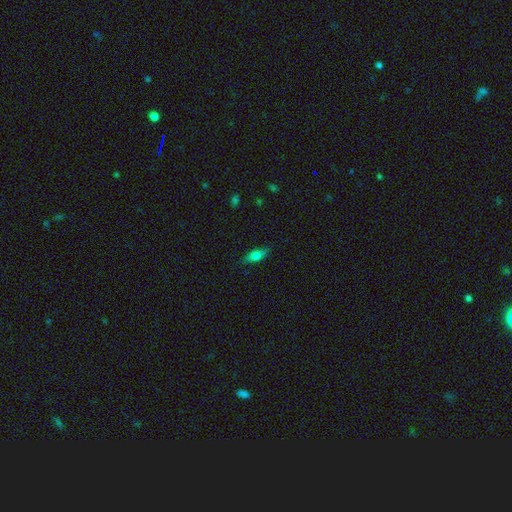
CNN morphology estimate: Smooth or featured: smooth — 67% (featured or disk — 24%)
How rounded: in between — 65% (cigar-shaped — 31%)
Merging: none — 82% (minor disturbance — 14%)